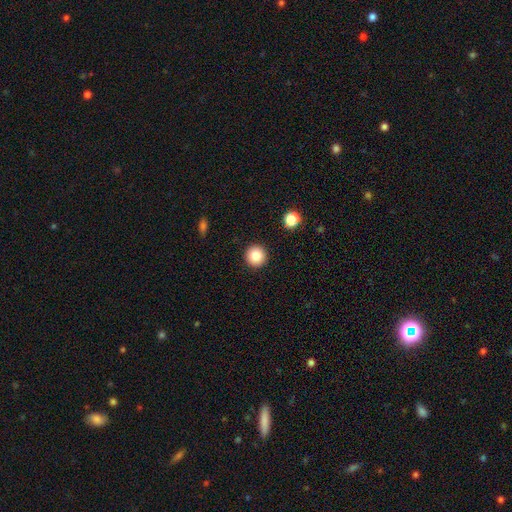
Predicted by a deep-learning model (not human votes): Morphology: type=smooth (85%); roundness=round (96%); merging=none (93%).